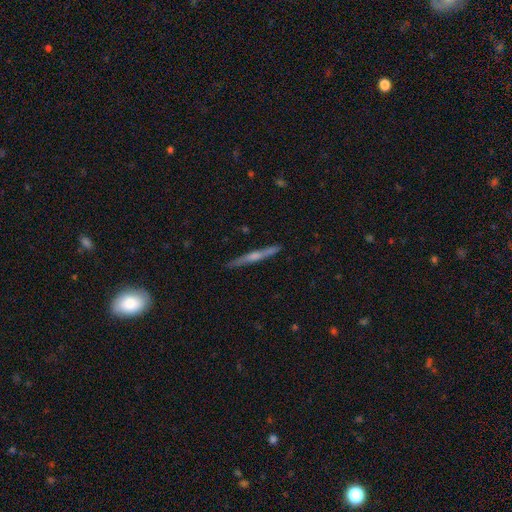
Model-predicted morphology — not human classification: Smooth or featured? featured or disk (67%)
Edge-on disk? yes (98%)
Edge-on bulge? rounded (69%)
Merging? none (90%)